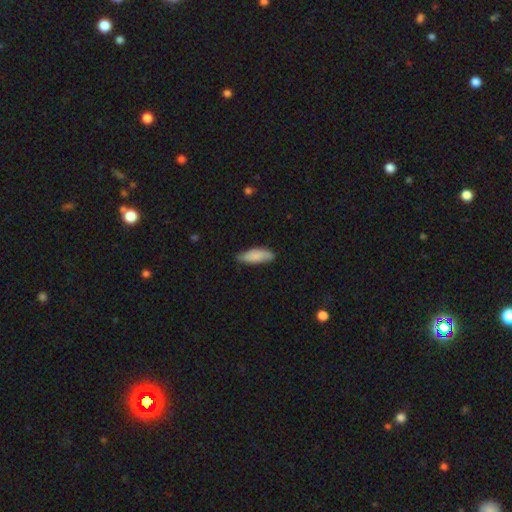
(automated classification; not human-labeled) smooth_or_featured: smooth (p=0.84) [alt: featured or disk p=0.10]
how_rounded: in between (p=0.69) [alt: cigar-shaped p=0.29]
merging: none (p=0.73) [alt: minor disturbance p=0.22]